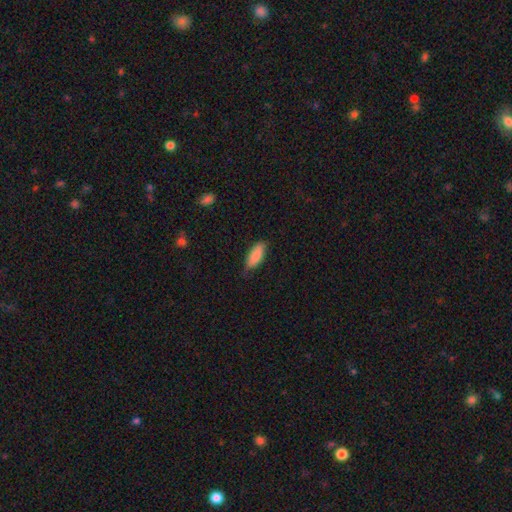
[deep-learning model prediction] Q: Smooth or featured?
A: smooth (88%); runner-up: featured or disk (6%)
Q: How rounded?
A: in between (76%); runner-up: cigar-shaped (23%)
Q: Merging?
A: none (72%); runner-up: minor disturbance (23%)